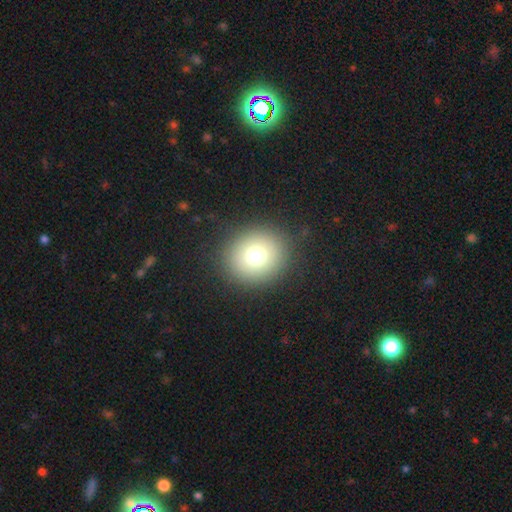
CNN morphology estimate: A smooth galaxy with no disk features (76%) that is round (83%).

Vote fractions:
- Smooth or featured? smooth: 76% / star or artifact: 14% / featured or disk: 11%
- How rounded? round: 83% / in between: 17% / cigar-shaped: 1%
- Merging? none: 89% / minor disturbance: 6% / major disturbance: 3% / merger: 1%